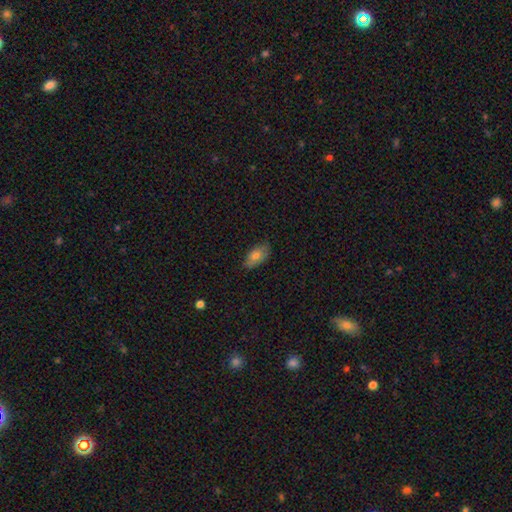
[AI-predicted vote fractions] Smooth or featured? Predicted: smooth (p=0.74). How rounded? Predicted: in between (p=0.90). Merging? Predicted: none (p=0.75).